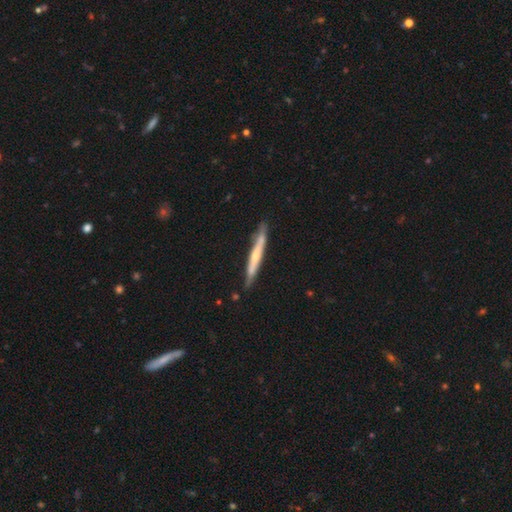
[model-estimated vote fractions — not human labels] A featured or disk galaxy (55%) viewed edge-on (92%) with no central bulge (48%).

Vote fractions:
- Smooth or featured? featured or disk: 55% / smooth: 40% / star or artifact: 5%
- Edge-on disk? yes: 92% / no: 8%
- Edge-on bulge? none: 48% / rounded: 45% / boxy: 7%
- Merging? none: 81% / minor disturbance: 14% / merger: 2% / major disturbance: 2%